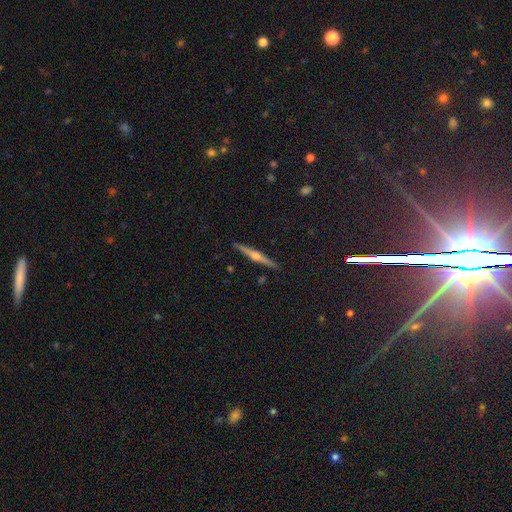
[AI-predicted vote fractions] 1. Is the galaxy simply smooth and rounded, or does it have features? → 77% featured or disk, 16% smooth, 7% star or artifact.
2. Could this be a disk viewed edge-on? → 98% yes, 2% no.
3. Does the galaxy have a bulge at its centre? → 93% rounded, 4% none, 3% boxy.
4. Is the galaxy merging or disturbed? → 92% none, 6% minor disturbance, 1% major disturbance, 1% merger.